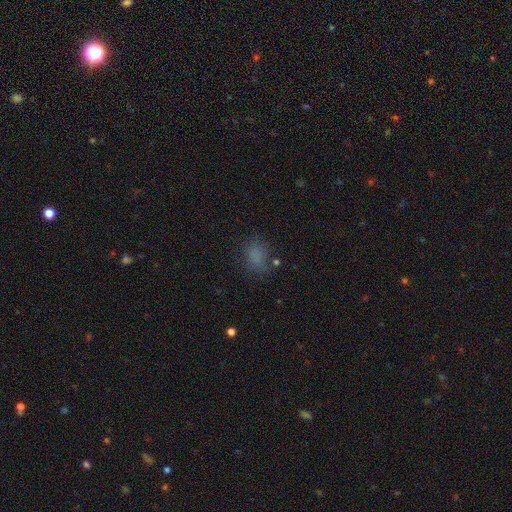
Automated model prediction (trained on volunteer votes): A smooth galaxy with no disk features (77%) that is in between round and cigar-shaped (66%).

Vote fractions:
- Smooth or featured? smooth: 77% / star or artifact: 16% / featured or disk: 7%
- How rounded? in between: 66% / round: 31% / cigar-shaped: 2%
- Merging? none: 71% / minor disturbance: 18% / major disturbance: 8% / merger: 3%